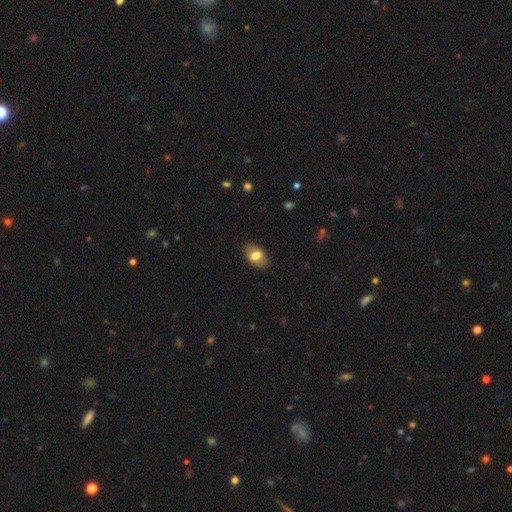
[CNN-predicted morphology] Smooth or featured: smooth — 71% (featured or disk — 21%)
How rounded: in between — 86% (round — 13%)
Merging: none — 84% (minor disturbance — 12%)